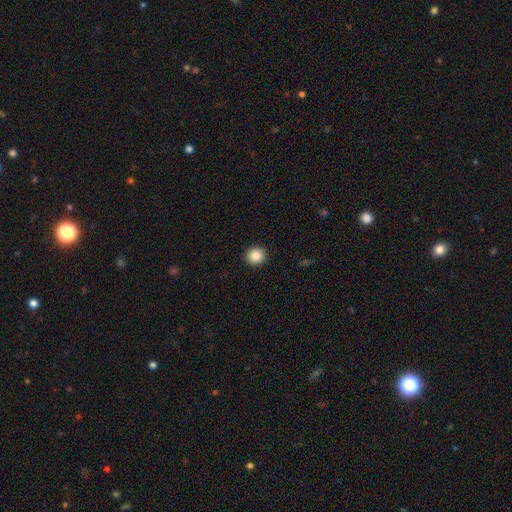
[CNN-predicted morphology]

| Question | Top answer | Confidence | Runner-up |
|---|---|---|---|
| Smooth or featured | smooth | 86% | star or artifact (10%) |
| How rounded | round | 92% | in between (7%) |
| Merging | none | 93% | minor disturbance (5%) |